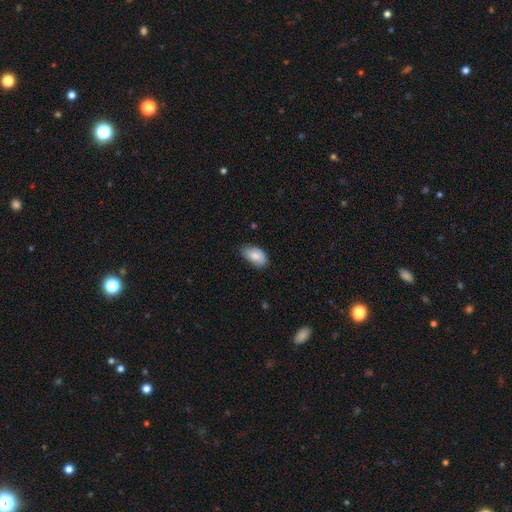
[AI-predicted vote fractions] Smooth or featured? Predicted: smooth (p=0.85). How rounded? Predicted: in between (p=0.93). Merging? Predicted: none (p=0.70).